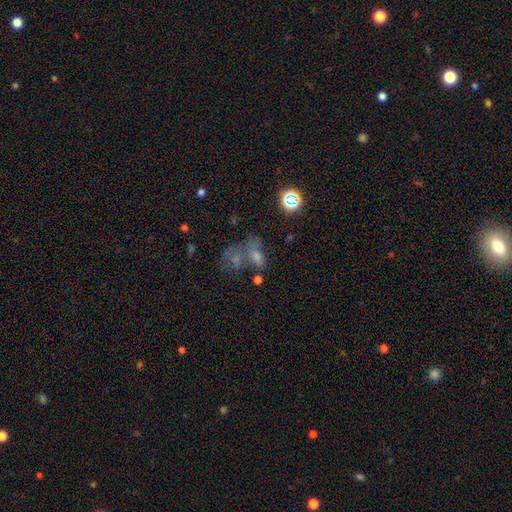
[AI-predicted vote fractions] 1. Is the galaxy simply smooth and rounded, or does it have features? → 38% smooth, 33% star or artifact, 29% featured or disk.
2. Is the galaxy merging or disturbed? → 35% merger, 32% none, 19% major disturbance, 14% minor disturbance.